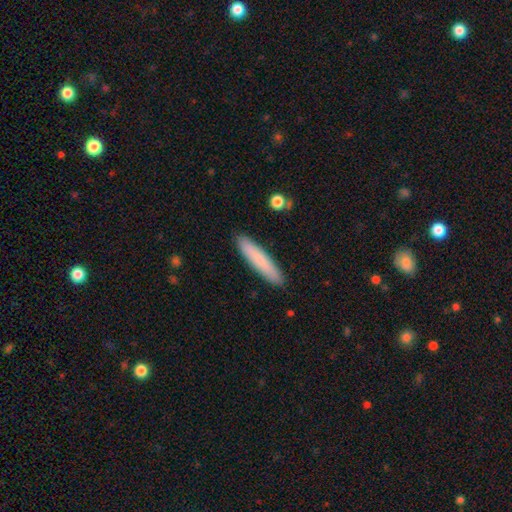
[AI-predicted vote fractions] Overall: smooth (81%). How rounded: cigar-shaped (90%). Merging: none (91%).